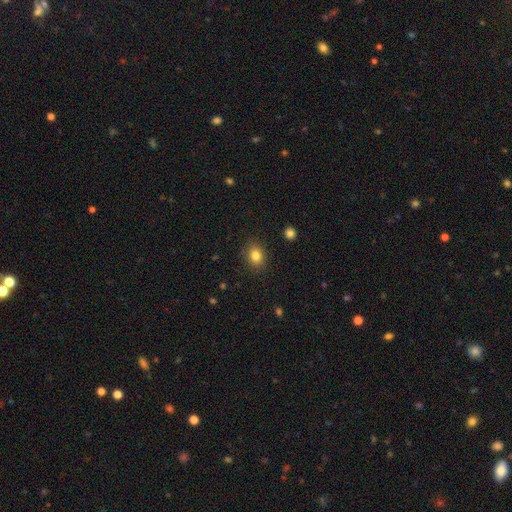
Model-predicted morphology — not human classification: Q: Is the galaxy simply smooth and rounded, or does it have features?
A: smooth — 83%.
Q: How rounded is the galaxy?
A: in between — 50%.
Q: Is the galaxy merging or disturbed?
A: none — 87%.